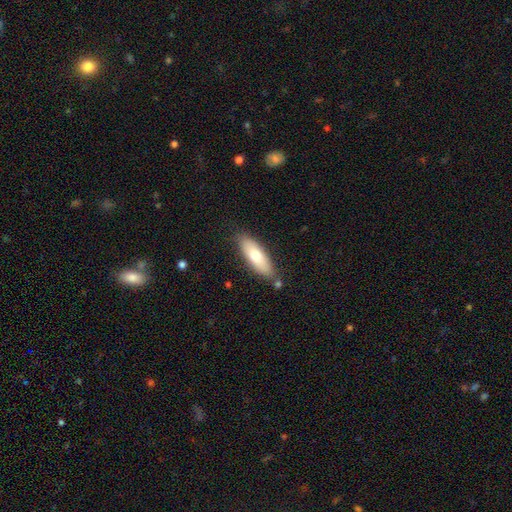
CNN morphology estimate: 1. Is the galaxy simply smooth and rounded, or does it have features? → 71% smooth, 22% featured or disk, 6% star or artifact.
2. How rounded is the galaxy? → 60% in between, 38% cigar-shaped, 2% round.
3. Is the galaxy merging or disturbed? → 78% none, 14% minor disturbance, 5% merger, 3% major disturbance.